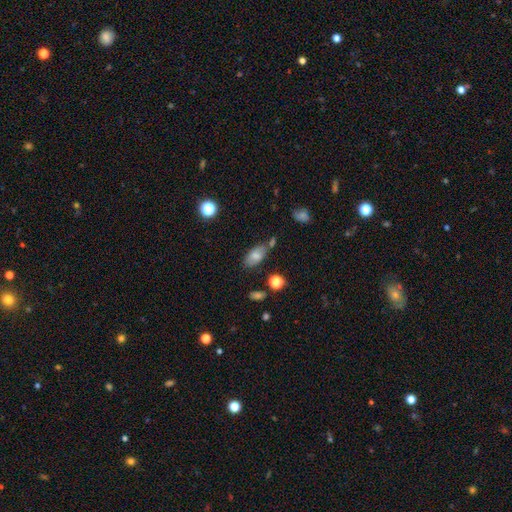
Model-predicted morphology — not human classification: Smooth or featured?
  - smooth: 72% *
  - featured or disk: 19%
  - star or artifact: 9%
How rounded?
  - in between: 89% *
  - cigar-shaped: 6%
  - round: 4%
Merging?
  - none: 63% *
  - minor disturbance: 21%
  - merger: 11%
  - major disturbance: 6%